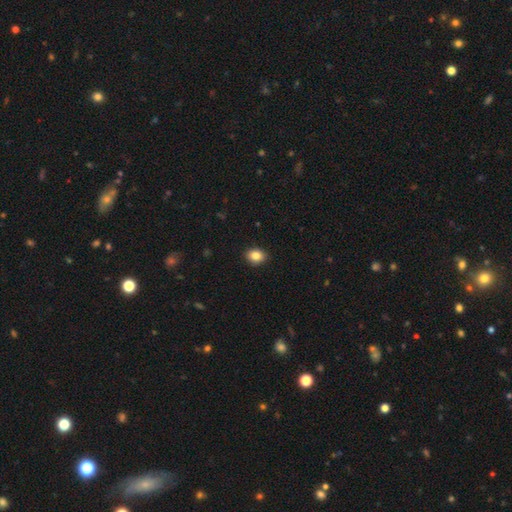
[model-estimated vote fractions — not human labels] This appears to be a smooth galaxy with no disk features (86%) that is in between round and cigar-shaped (54%). Merging: none (90%).